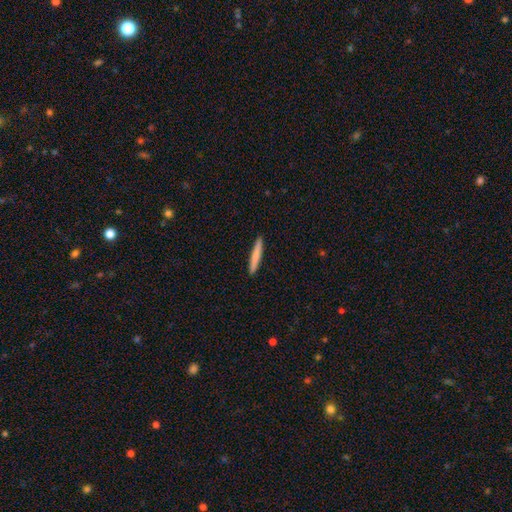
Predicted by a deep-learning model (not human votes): This is likely a smooth galaxy (78%). How rounded: clearly cigar-shaped (95%). Merging: clearly none (92%).